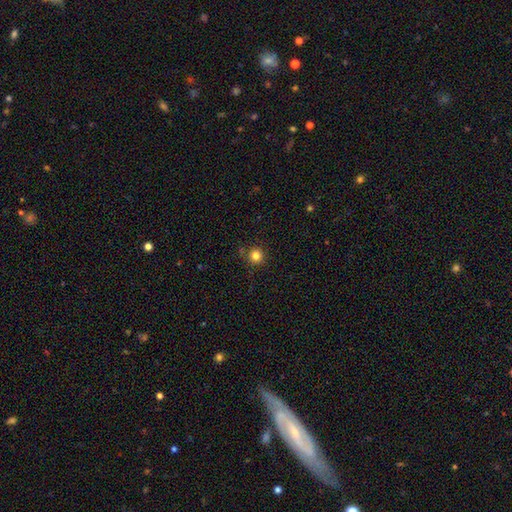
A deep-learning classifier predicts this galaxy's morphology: Smooth or featured? smooth (82%)
How rounded? round (95%)
Merging? none (87%)